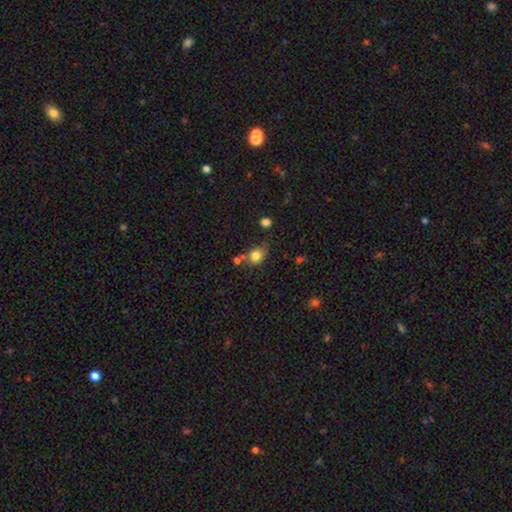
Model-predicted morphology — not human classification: Smooth or featured?
  - smooth: 79% *
  - star or artifact: 12%
  - featured or disk: 9%
How rounded?
  - round: 55% *
  - in between: 44%
  - cigar-shaped: 1%
Merging?
  - none: 56% *
  - minor disturbance: 23%
  - merger: 14%
  - major disturbance: 7%